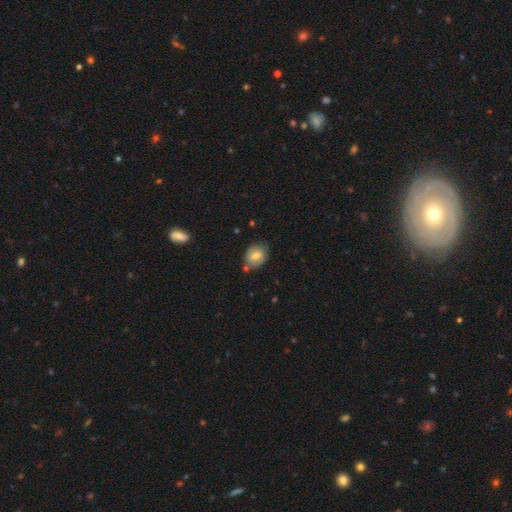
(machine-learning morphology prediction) Smooth or featured? Predicted: smooth (p=0.68). How rounded? Predicted: in between (p=0.53). Merging? Predicted: none (p=0.65).